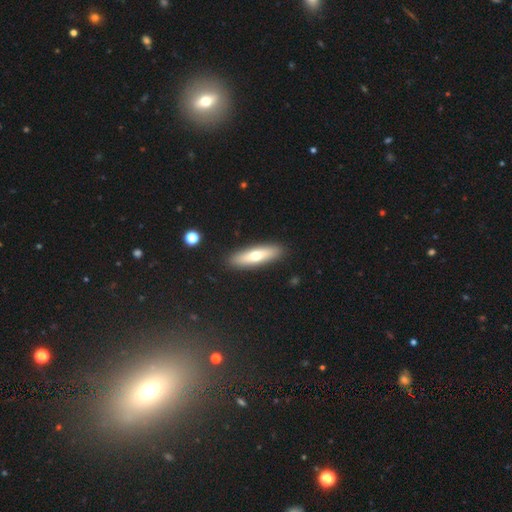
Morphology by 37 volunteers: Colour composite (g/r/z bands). It shows a smooth galaxy with no disk features (57%) that is cigar-shaped (57%). Merging: none (94%).